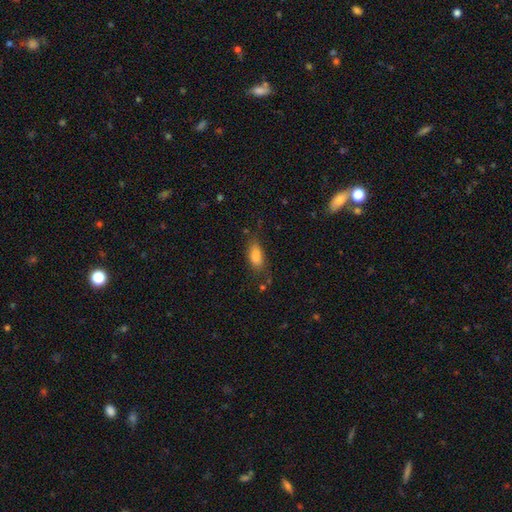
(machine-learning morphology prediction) smooth_or_featured: smooth (p=0.79) [alt: featured or disk p=0.12]
how_rounded: in between (p=0.82) [alt: cigar-shaped p=0.14]
merging: none (p=0.63) [alt: minor disturbance p=0.24]